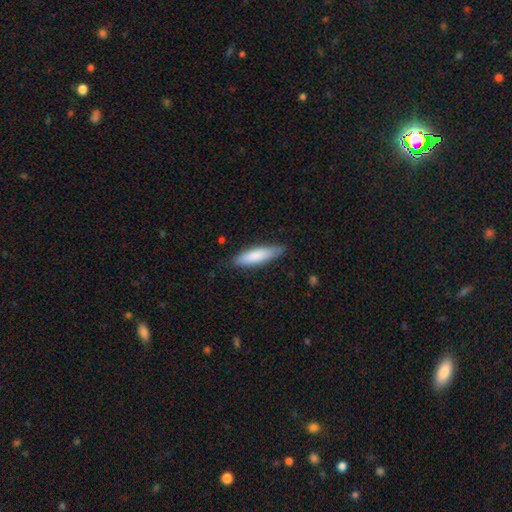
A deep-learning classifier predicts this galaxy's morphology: This is clearly a smooth galaxy (83%). How rounded: likely cigar-shaped (67%). Merging: clearly none (82%).